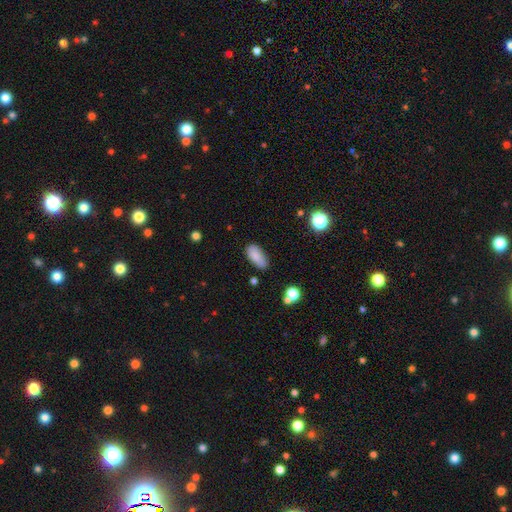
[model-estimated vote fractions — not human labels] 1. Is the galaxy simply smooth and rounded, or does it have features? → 85% smooth, 8% star or artifact, 7% featured or disk.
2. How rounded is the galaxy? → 90% in between, 8% cigar-shaped, 3% round.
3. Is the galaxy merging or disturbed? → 75% none, 19% minor disturbance, 4% major disturbance, 2% merger.